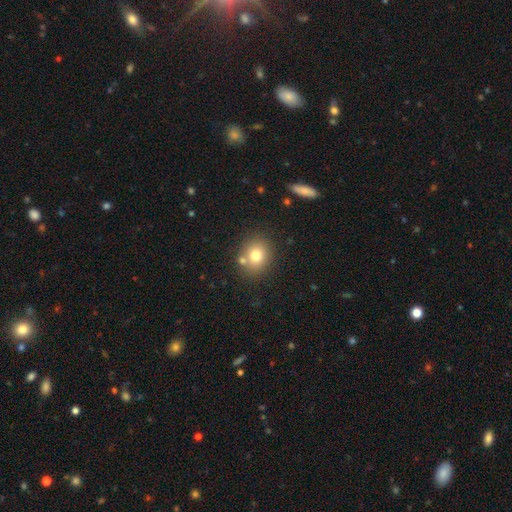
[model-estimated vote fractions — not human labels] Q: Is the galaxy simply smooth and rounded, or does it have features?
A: smooth — 75%.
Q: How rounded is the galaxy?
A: round — 73%.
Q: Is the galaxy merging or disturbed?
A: none — 73%.